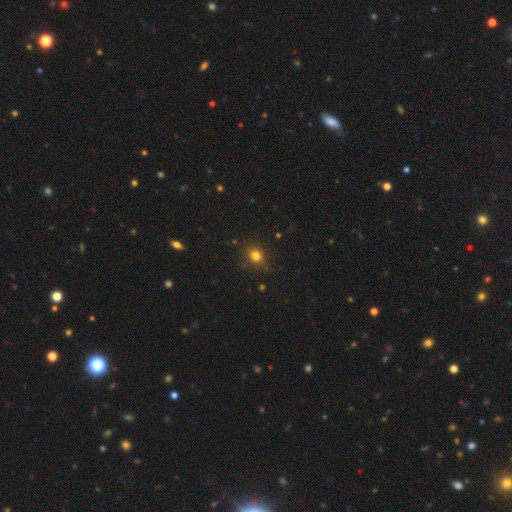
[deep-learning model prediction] This appears to be a smooth galaxy with no disk features (80%) that is round (75%). Merging: none (85%).